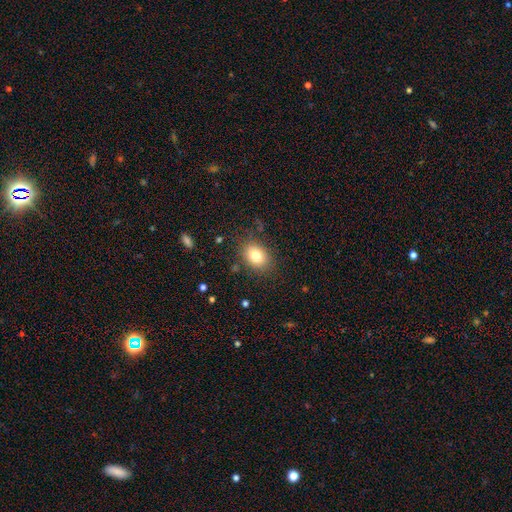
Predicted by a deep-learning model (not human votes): Overall: smooth (79%). How rounded: in between (70%). Merging: none (83%).